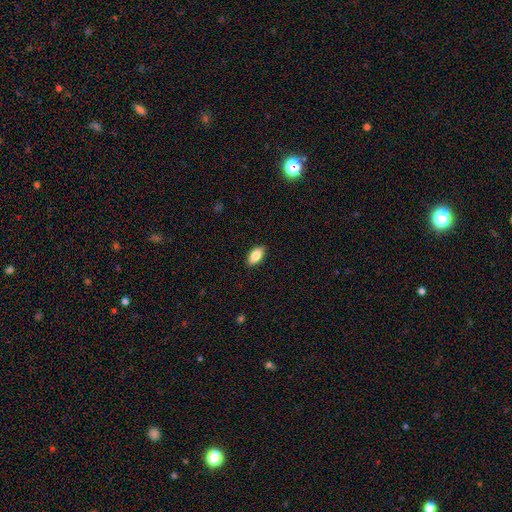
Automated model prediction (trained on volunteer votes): Q: Smooth or featured?
A: smooth (82%); runner-up: featured or disk (11%)
Q: How rounded?
A: in between (88%); runner-up: cigar-shaped (9%)
Q: Merging?
A: none (89%); runner-up: minor disturbance (8%)